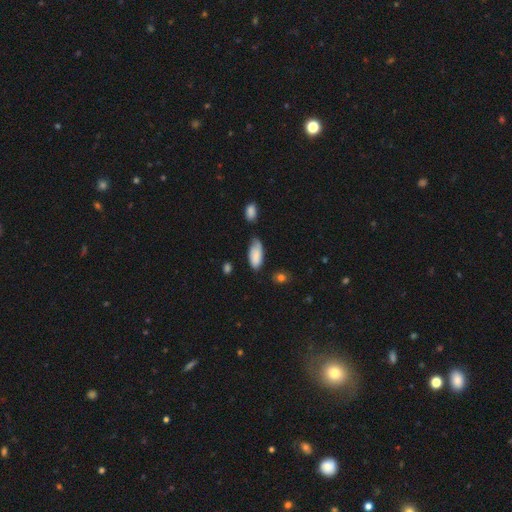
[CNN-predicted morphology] smooth-or-featured: smooth: 83% | featured or disk: 10% | star or artifact: 7%
  how-rounded: in between: 89% | cigar-shaped: 9% | round: 2%
  merging: none: 47% | minor disturbance: 38% | major disturbance: 10% | merger: 5%